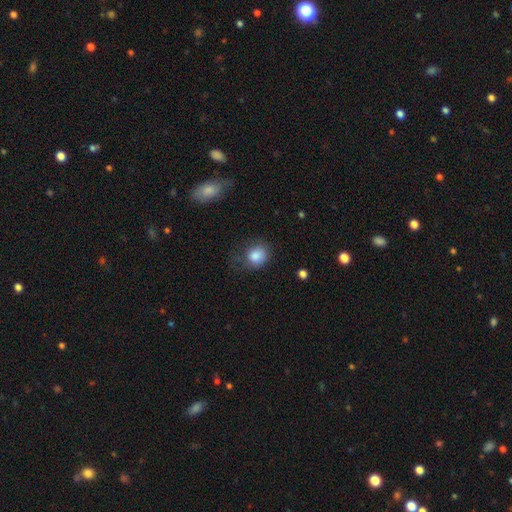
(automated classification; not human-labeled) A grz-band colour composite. It shows a smooth galaxy with no disk features (84%) that is round (64%). Merging: none (54%).